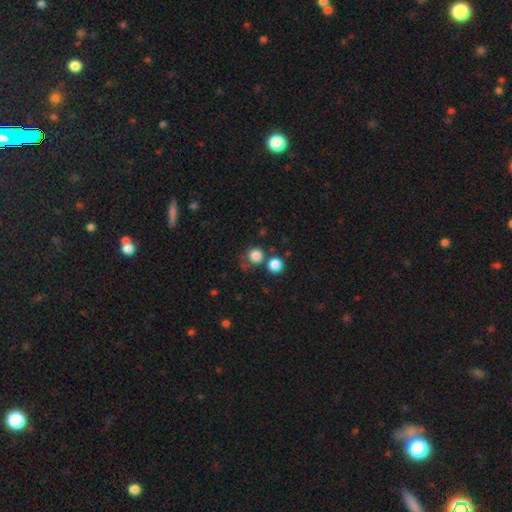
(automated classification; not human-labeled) This is clearly a smooth galaxy (83%). How rounded: clearly round (91%). Merging: likely none (63%).